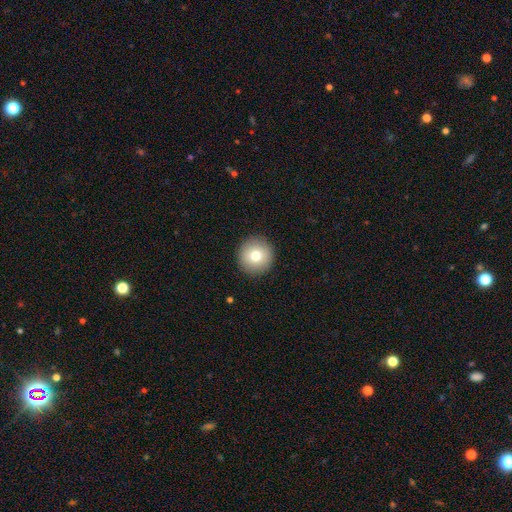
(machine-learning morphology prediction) smooth_or_featured: smooth (p=0.77) [alt: featured or disk p=0.13]
how_rounded: round (p=0.96) [alt: in between p=0.03]
merging: none (p=0.92) [alt: minor disturbance p=0.05]